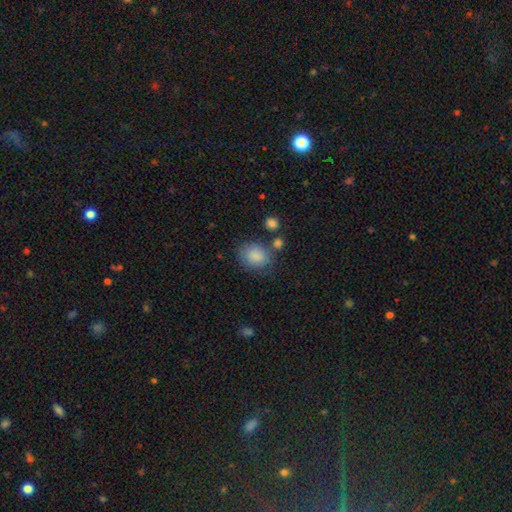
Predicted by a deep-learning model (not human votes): This is clearly a smooth galaxy (86%). How rounded: possibly round (52%). Merging: likely none (67%).